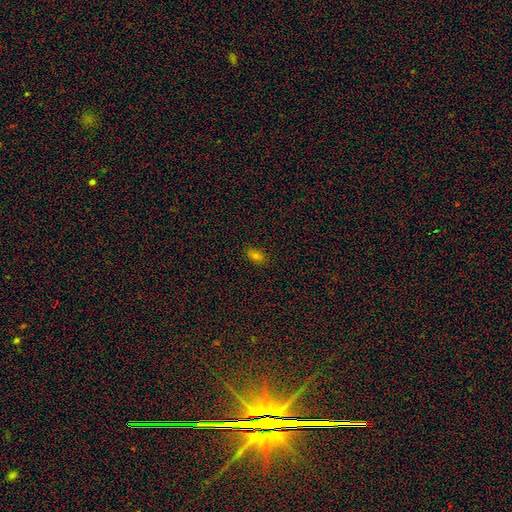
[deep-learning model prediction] This is likely a smooth galaxy (75%). How rounded: clearly in between (84%). Merging: clearly none (87%).